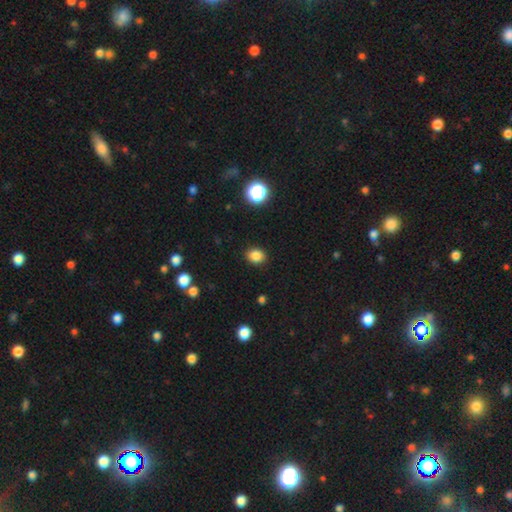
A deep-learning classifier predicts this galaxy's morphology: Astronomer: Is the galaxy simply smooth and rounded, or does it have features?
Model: smooth — 84%.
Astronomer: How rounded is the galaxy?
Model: round — 58% (runner-up: in between, 41%).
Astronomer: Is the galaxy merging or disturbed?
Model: none — 90%.